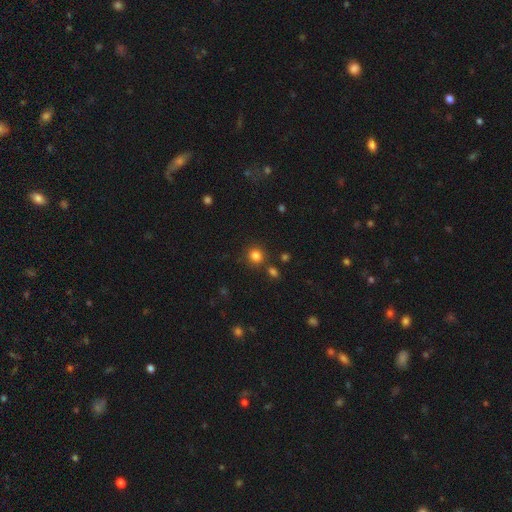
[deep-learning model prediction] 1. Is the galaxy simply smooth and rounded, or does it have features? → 82% smooth, 13% star or artifact, 5% featured or disk.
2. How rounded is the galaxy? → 84% round, 15% in between, 1% cigar-shaped.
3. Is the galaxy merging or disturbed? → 82% none, 9% minor disturbance, 6% merger, 3% major disturbance.